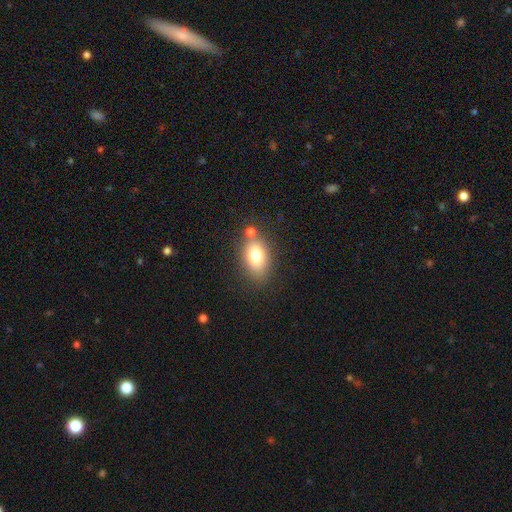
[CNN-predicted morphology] Smooth or featured: smooth — 78% (featured or disk — 13%)
How rounded: in between — 85% (round — 13%)
Merging: none — 70% (merger — 14%)